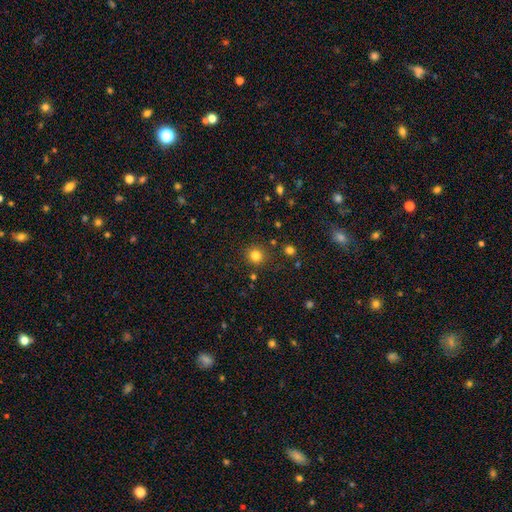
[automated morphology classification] Q: Smooth or featured?
A: smooth (81%); runner-up: star or artifact (14%)
Q: How rounded?
A: round (91%); runner-up: in between (8%)
Q: Merging?
A: none (86%); runner-up: minor disturbance (7%)